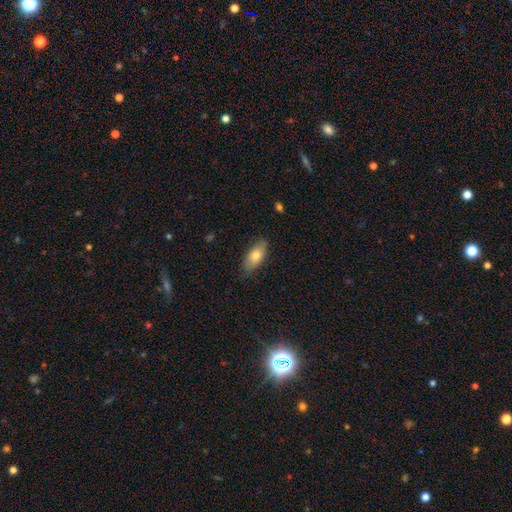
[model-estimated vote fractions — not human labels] smooth_or_featured: smooth (p=0.73) [alt: featured or disk p=0.20]
how_rounded: in between (p=0.83) [alt: cigar-shaped p=0.14]
merging: none (p=0.80) [alt: minor disturbance p=0.16]